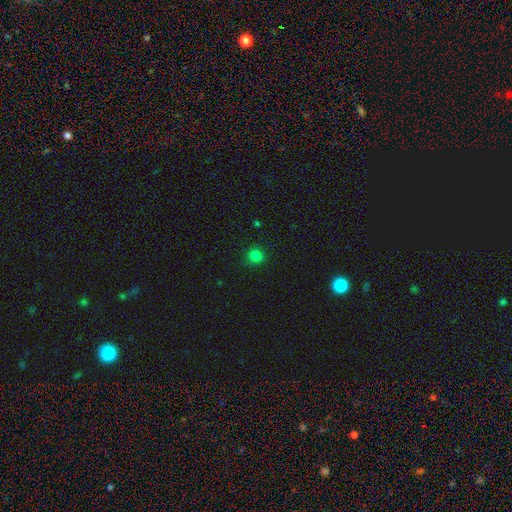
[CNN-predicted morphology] smooth_or_featured: smooth (p=0.81) [alt: star or artifact p=0.15]
how_rounded: round (p=0.92) [alt: in between p=0.07]
merging: none (p=0.89) [alt: minor disturbance p=0.07]